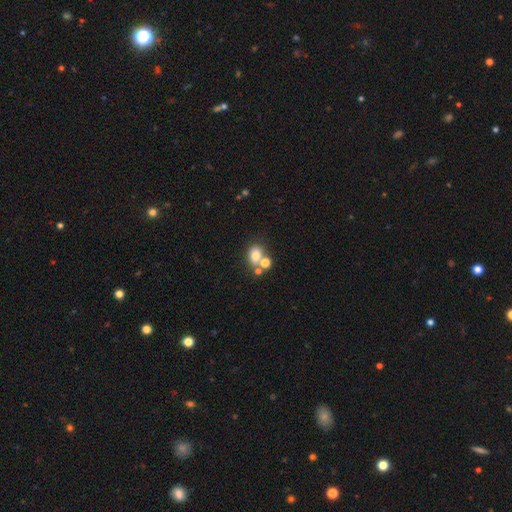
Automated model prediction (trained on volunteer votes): Overall: smooth (75%). How rounded: in between (52%; round 47%). Merging: none (50%; merger 35%).